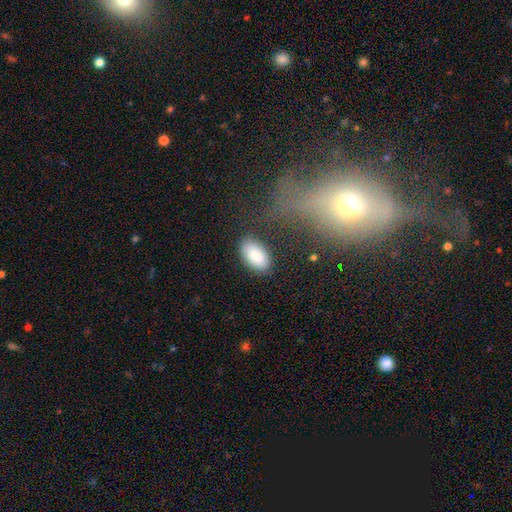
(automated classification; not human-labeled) Morphology: type=smooth (88%); roundness=in between (94%); merging=none (82%).